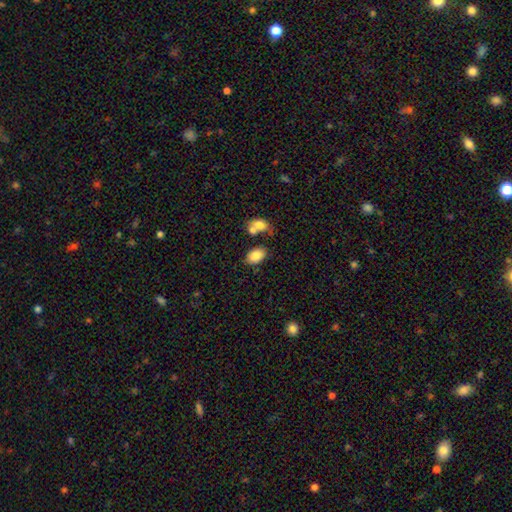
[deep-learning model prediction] A smooth galaxy with no disk features (84%) that is in between round and cigar-shaped (90%).

Vote fractions:
- Smooth or featured? smooth: 84% / featured or disk: 8% / star or artifact: 8%
- How rounded? in between: 90% / round: 9% / cigar-shaped: 1%
- Merging? none: 65% / merger: 17% / minor disturbance: 13% / major disturbance: 4%